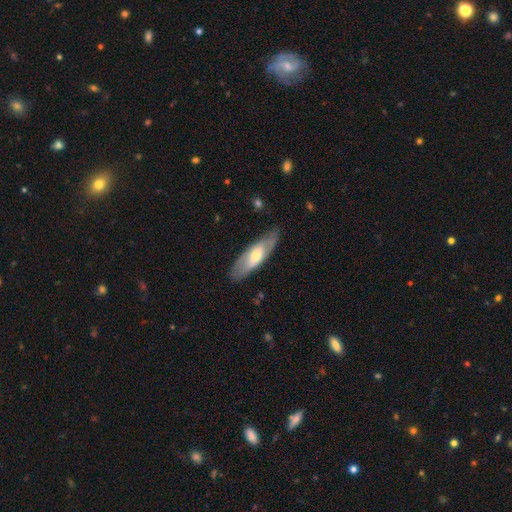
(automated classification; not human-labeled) Morphology: type=featured or disk (50%); merging=none (82%).